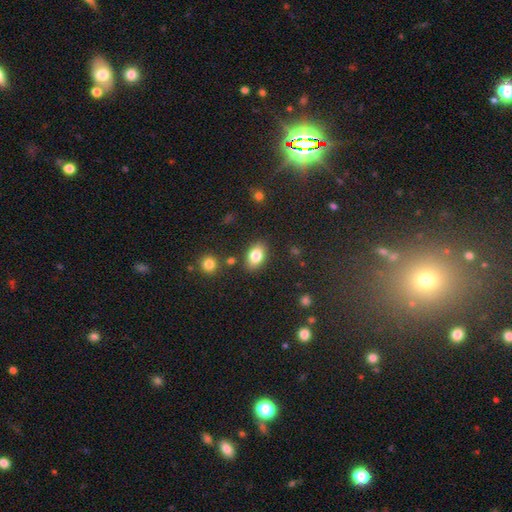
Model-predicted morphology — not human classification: Overall: smooth (80%). How rounded: in between (88%). Merging: none (82%).